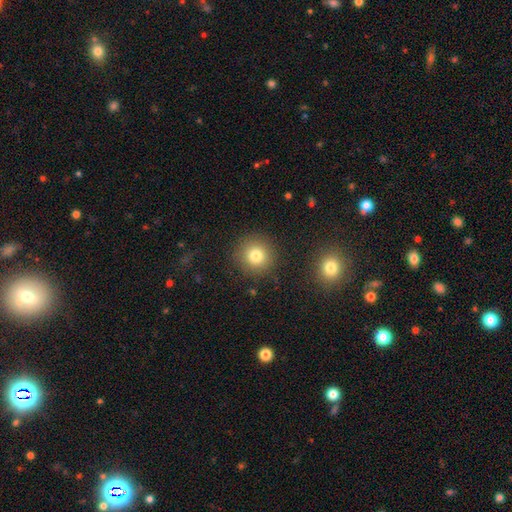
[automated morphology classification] smooth-or-featured: smooth: 80% | star or artifact: 12% | featured or disk: 8%
  how-rounded: round: 93% | in between: 6% | cigar-shaped: 1%
  merging: none: 88% | minor disturbance: 7% | major disturbance: 3% | merger: 2%